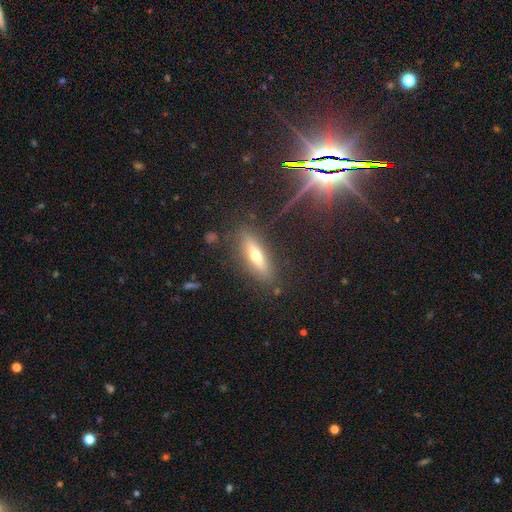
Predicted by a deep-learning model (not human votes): Q: Smooth or featured?
A: smooth (52%); runner-up: featured or disk (38%)
Q: How rounded?
A: cigar-shaped (56%); runner-up: in between (41%)
Q: Merging?
A: none (83%); runner-up: minor disturbance (11%)